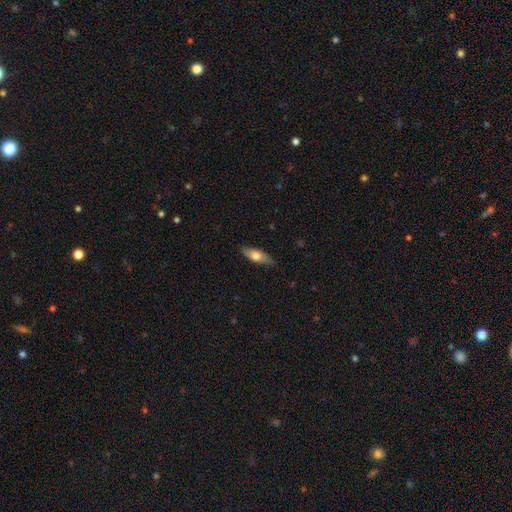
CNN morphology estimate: smooth_or_featured: smooth (p=0.63) [alt: featured or disk p=0.31]
how_rounded: in between (p=0.66) [alt: cigar-shaped p=0.31]
merging: none (p=0.81) [alt: minor disturbance p=0.16]